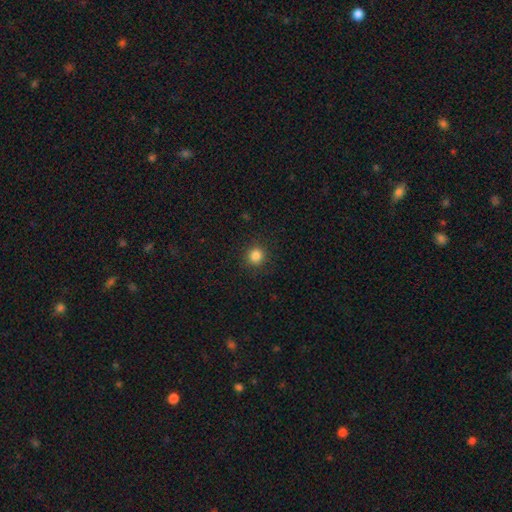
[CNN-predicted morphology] type=smooth (85%); roundness=round (92%); merging=none (91%).